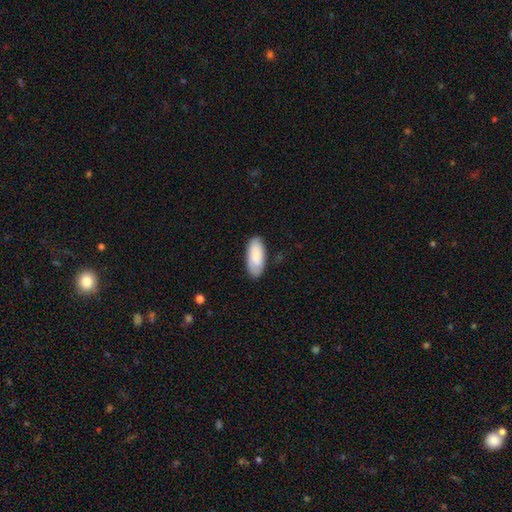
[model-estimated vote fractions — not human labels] smooth_or_featured: smooth (p=0.85) [alt: featured or disk p=0.09]
how_rounded: in between (p=0.87) [alt: cigar-shaped p=0.12]
merging: none (p=0.83) [alt: minor disturbance p=0.13]